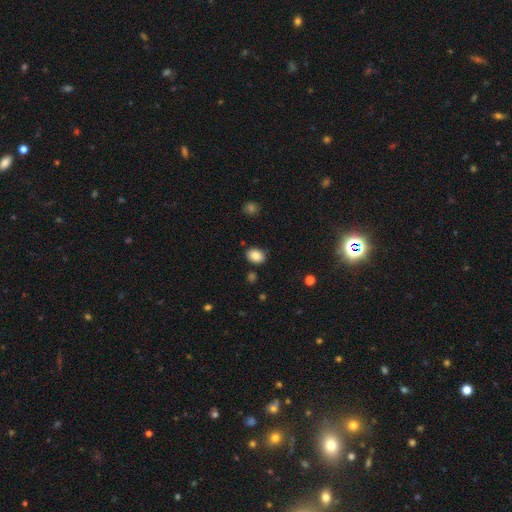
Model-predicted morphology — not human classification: smooth 85%, star or artifact 9%, featured or disk 6%. Down the decision tree: how rounded — in between (66%); merging — none (85%).